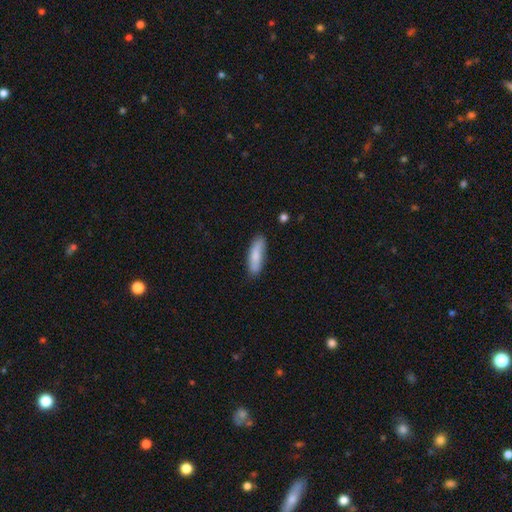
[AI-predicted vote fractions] Overall: smooth (81%). How rounded: cigar-shaped (54%; in between 45%). Merging: none (79%).